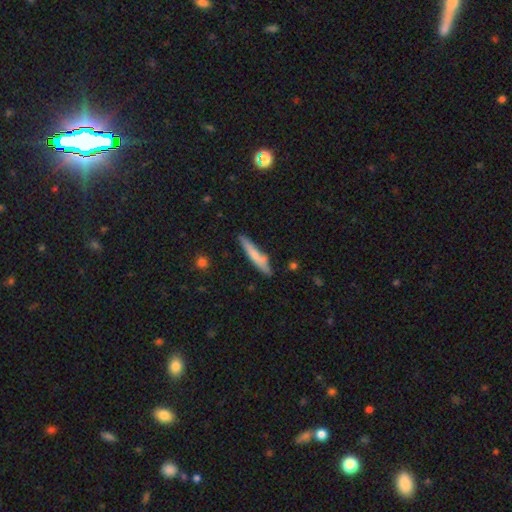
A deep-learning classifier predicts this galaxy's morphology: Overall: smooth (67%; featured or disk 27%). How rounded: cigar-shaped (92%). Merging: none (77%).